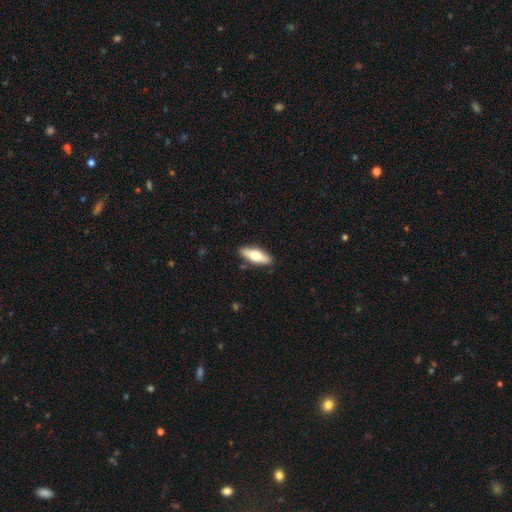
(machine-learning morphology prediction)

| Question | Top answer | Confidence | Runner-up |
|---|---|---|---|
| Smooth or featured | smooth | 57% | featured or disk (38%) |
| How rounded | in between | 58% | cigar-shaped (40%) |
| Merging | none | 88% | minor disturbance (9%) |